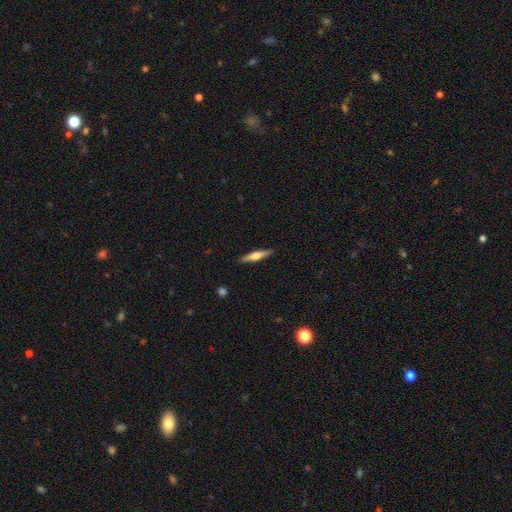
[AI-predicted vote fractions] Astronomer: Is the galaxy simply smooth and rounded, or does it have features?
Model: featured or disk — 53% (runner-up: smooth, 42%).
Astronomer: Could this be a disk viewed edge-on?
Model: yes — 97%.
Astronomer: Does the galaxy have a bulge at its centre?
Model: rounded — 79%.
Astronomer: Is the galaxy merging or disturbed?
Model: none — 90%.